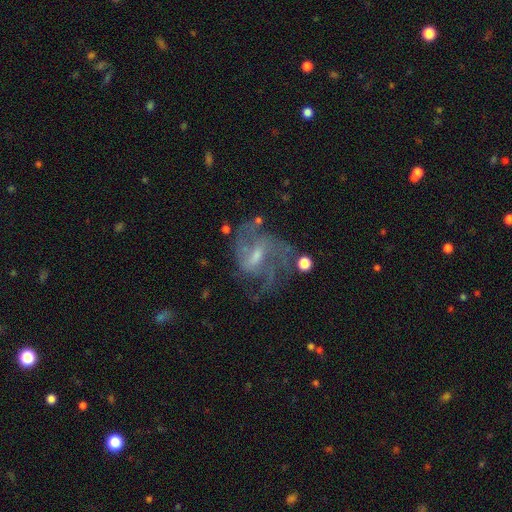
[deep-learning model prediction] Overall: featured or disk (80%). Edge-on disk: no (97%). Bar: weak (56%; no 27%). Spiral arms: yes (89%). Spiral arm count: 3 (28%; can't tell 26%). Spiral winding: medium (49%; loose 30%). Bulge size: small (47%; moderate 37%). Merging: none (48%; major disturbance 29%).